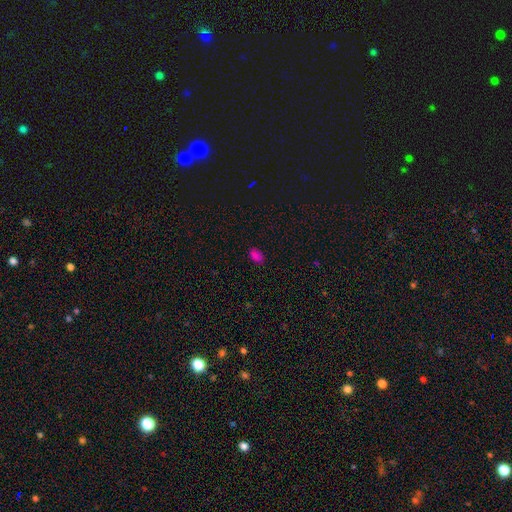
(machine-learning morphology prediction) Smooth or featured? smooth (78%)
How rounded? in between (90%)
Merging? none (84%)